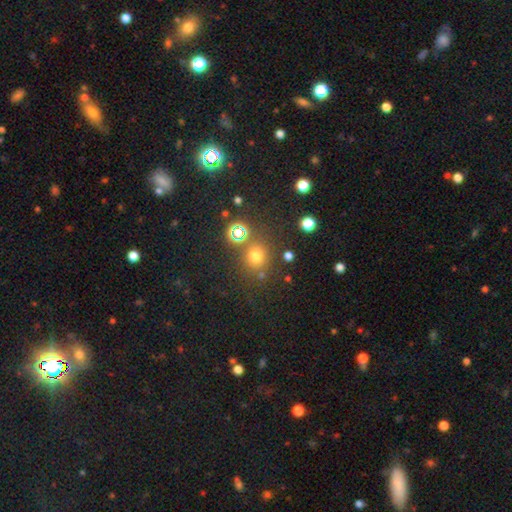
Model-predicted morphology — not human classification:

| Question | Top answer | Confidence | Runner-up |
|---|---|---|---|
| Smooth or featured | smooth | 67% | star or artifact (27%) |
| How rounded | round | 85% | in between (14%) |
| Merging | none | 77% | minor disturbance (10%) |